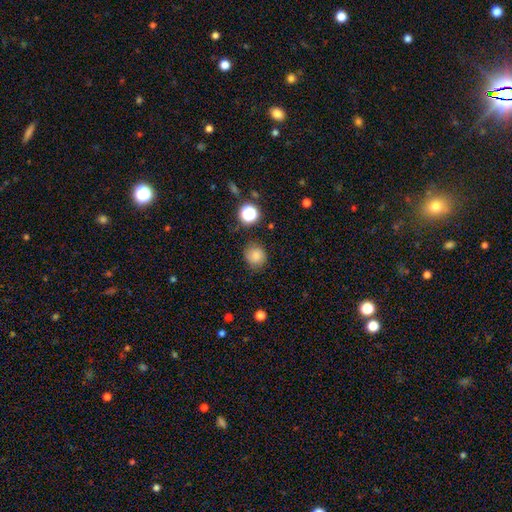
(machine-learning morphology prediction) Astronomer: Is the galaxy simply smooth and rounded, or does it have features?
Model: smooth — 78%.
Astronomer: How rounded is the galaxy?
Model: round — 86%.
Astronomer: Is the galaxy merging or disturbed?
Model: none — 81%.